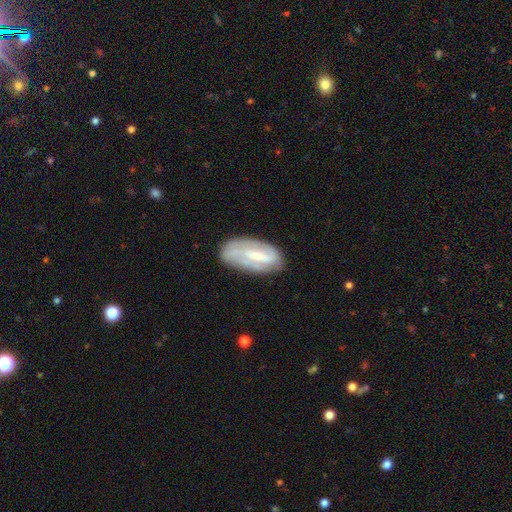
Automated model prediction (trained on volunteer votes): A featured or disk galaxy (56%) with a weak bar (41%), spiral arms (66%) and a small central bulge (46%). Merging: none (61%).